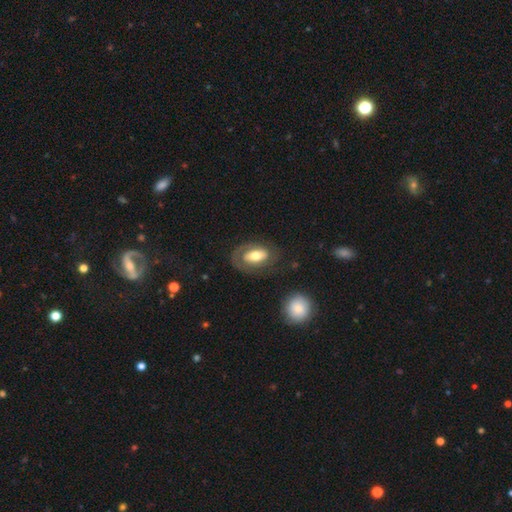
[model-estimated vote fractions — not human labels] smooth-or-featured: smooth: 48% | featured or disk: 46% | star or artifact: 6%
  merging: none: 67% | minor disturbance: 17% | major disturbance: 13% | merger: 2%